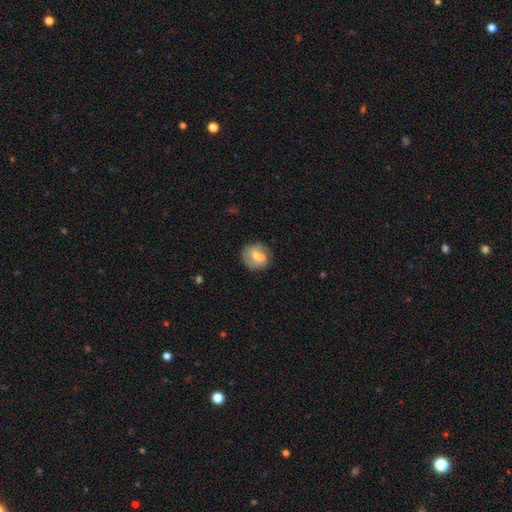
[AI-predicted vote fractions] Smooth or featured?
  - smooth: 57% *
  - featured or disk: 35%
  - star or artifact: 8%
How rounded?
  - round: 84% *
  - in between: 15%
  - cigar-shaped: 1%
Merging?
  - none: 55% *
  - merger: 24%
  - minor disturbance: 15%
  - major disturbance: 5%